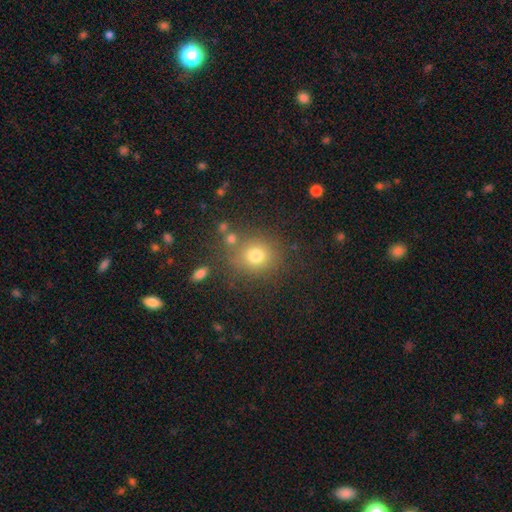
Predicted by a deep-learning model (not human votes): Overall: smooth (75%). How rounded: round (79%). Merging: none (76%).